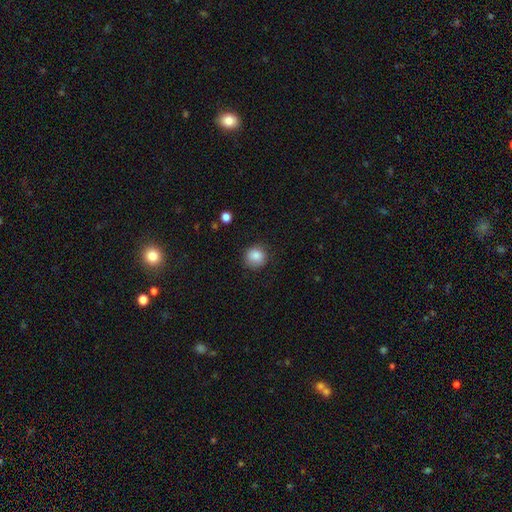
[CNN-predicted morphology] This is clearly a smooth galaxy (86%). How rounded: clearly round (87%). Merging: clearly none (81%).